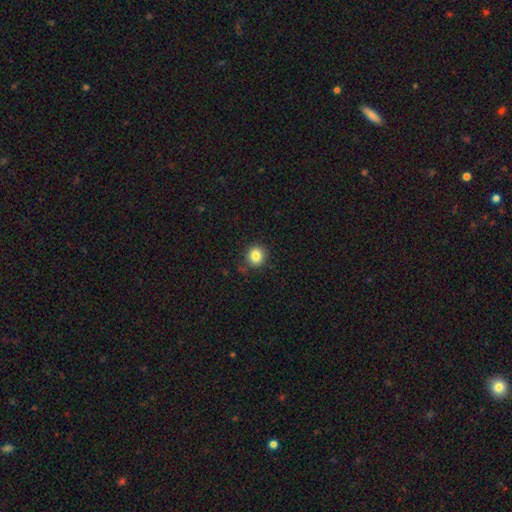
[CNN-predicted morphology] Smooth or featured? Predicted: smooth (p=0.85). How rounded? Predicted: round (p=0.85). Merging? Predicted: none (p=0.85).